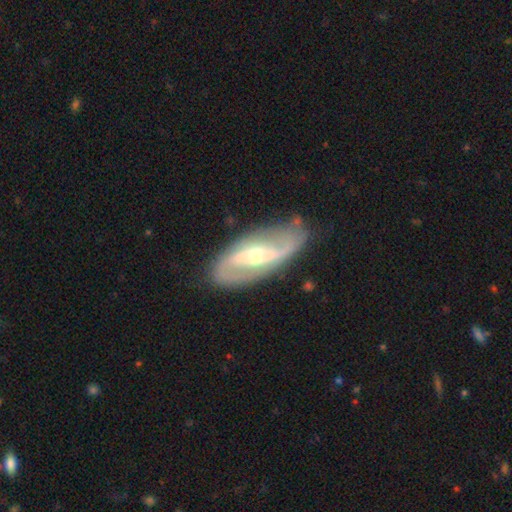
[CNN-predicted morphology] This appears to be a featured or disk galaxy (85%) with a strong bar (42%), 2 (90%) loose (51%) spiral arms (91%) and a moderate central bulge (52%). Merging: none (77%).